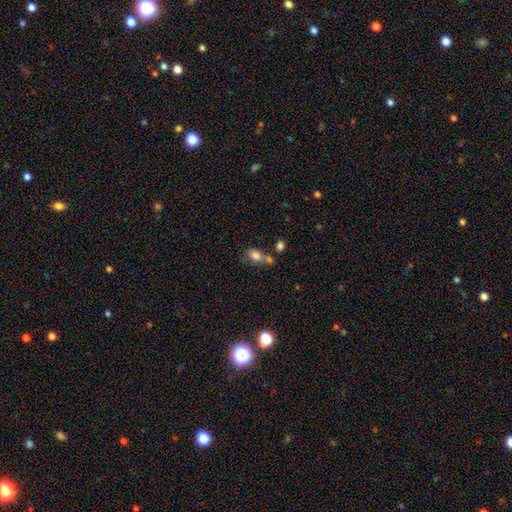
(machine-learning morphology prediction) This appears to be a smooth galaxy with no disk features (78%) that is in between round and cigar-shaped (76%). Merging: none (39%).